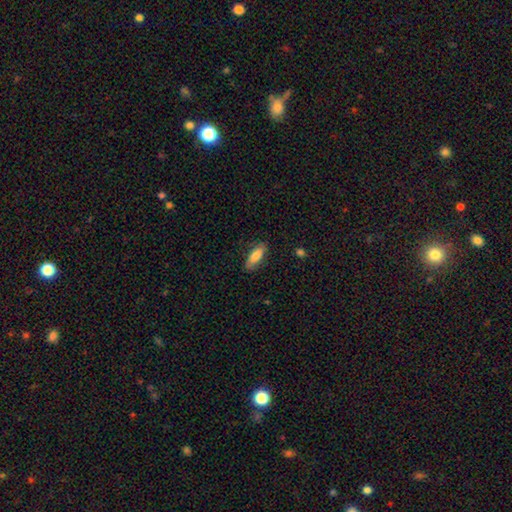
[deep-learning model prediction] Smooth or featured: smooth — 76% (featured or disk — 17%)
How rounded: in between — 72% (cigar-shaped — 26%)
Merging: none — 81% (minor disturbance — 15%)